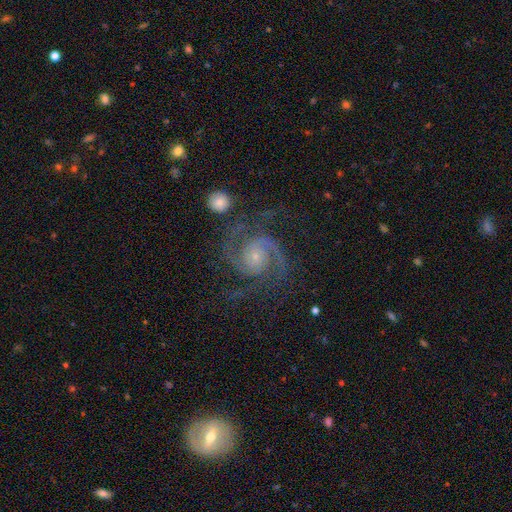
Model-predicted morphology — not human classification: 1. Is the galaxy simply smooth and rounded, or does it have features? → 92% featured or disk, 5% star or artifact, 3% smooth.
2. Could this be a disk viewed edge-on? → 98% no, 2% yes.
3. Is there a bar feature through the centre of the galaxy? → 69% no, 23% weak, 7% strong.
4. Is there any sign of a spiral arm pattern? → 99% yes, 1% no.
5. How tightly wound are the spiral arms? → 53% medium, 38% tight, 9% loose.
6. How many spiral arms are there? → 77% 2, 13% 3, 3% can't tell, 3% 4, 2% 1, 2% more than 4.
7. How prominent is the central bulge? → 75% small, 19% moderate, 3% none, 2% large, 1% dominant.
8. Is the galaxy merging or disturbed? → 72% none, 15% minor disturbance, 10% major disturbance, 3% merger.